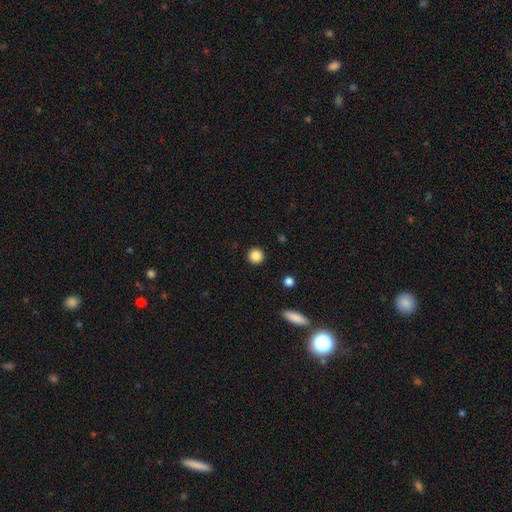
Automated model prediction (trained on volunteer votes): Smooth or featured? smooth (86%)
How rounded? round (95%)
Merging? none (92%)